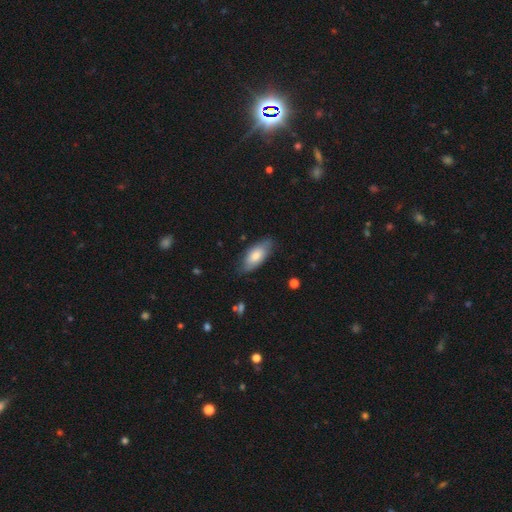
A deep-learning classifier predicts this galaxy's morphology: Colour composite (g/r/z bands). It shows a smooth galaxy with no disk features (72%) that is in between round and cigar-shaped (87%). Merging: none (75%).